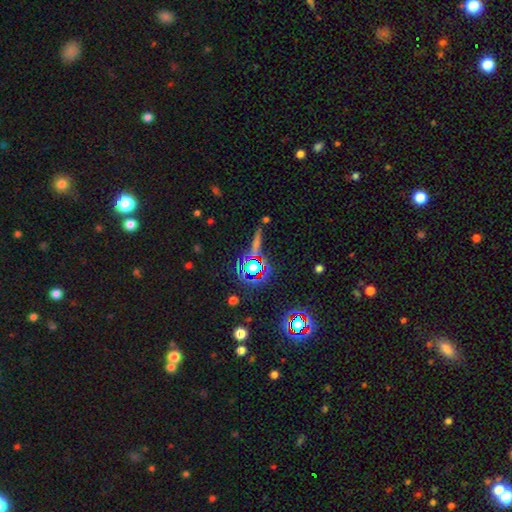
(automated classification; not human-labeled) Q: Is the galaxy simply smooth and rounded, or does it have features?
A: star or artifact — 72%.